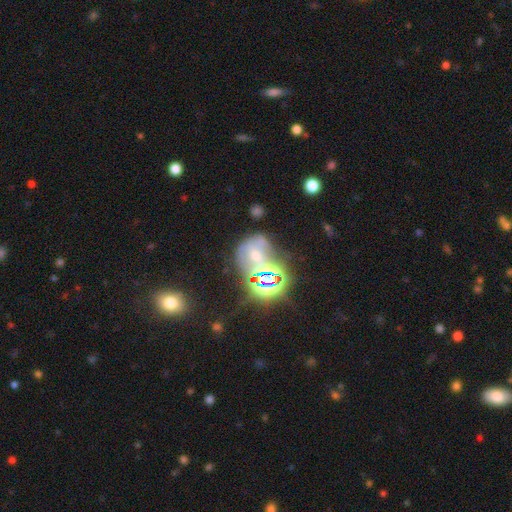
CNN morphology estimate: smooth_or_featured: star or artifact (p=0.46) [alt: smooth p=0.29]